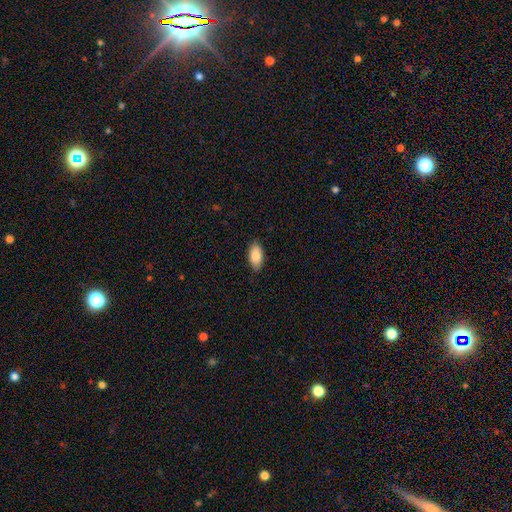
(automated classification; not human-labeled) smooth-or-featured: smooth: 86% | featured or disk: 8% | star or artifact: 6%
  how-rounded: in between: 93% | cigar-shaped: 4% | round: 2%
  merging: none: 86% | minor disturbance: 11% | major disturbance: 2% | merger: 1%